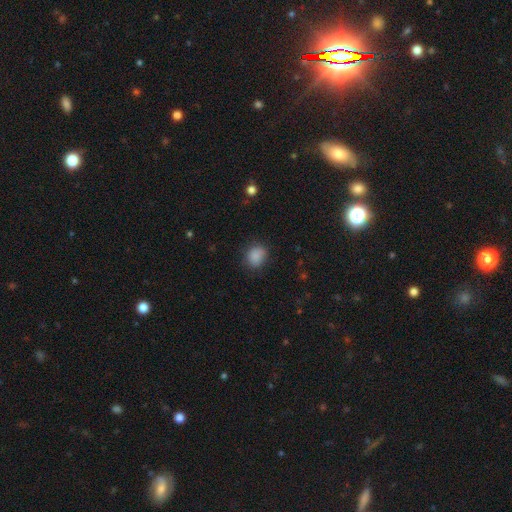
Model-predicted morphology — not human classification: Q: Smooth or featured?
A: smooth (87%); runner-up: star or artifact (10%)
Q: How rounded?
A: round (59%); runner-up: in between (40%)
Q: Merging?
A: none (81%); runner-up: minor disturbance (14%)